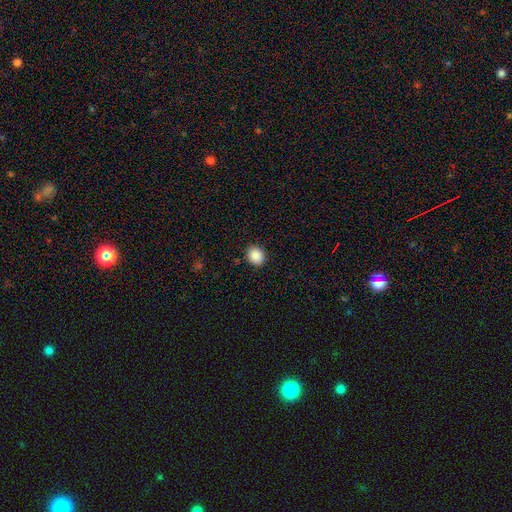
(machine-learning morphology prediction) The model was most divided on "how rounded": round: 61%, in between: 38%, cigar-shaped: 1%. More confident: merging — none (89%); smooth or featured — smooth (88%).